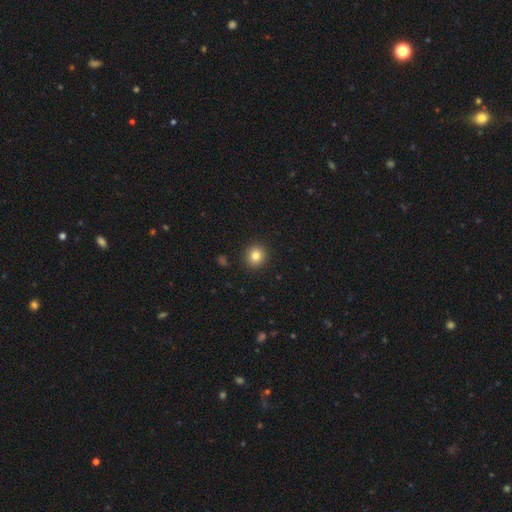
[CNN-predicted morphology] Smooth or featured? smooth (82%)
How rounded? round (90%)
Merging? none (92%)